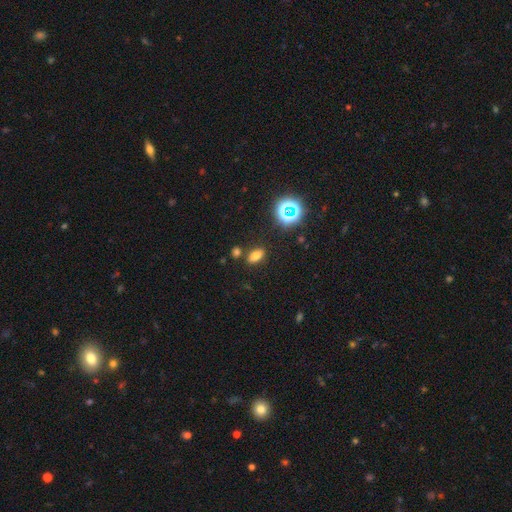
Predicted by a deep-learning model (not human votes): smooth 73%, star or artifact 20%, featured or disk 7%. Down the decision tree: how rounded — in between (85%); merging — none (82%).